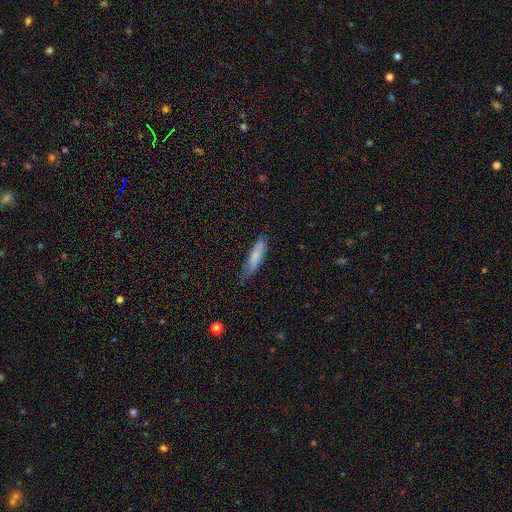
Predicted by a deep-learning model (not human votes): Overall: smooth (73%). How rounded: cigar-shaped (73%). Merging: none (63%; minor disturbance 29%).